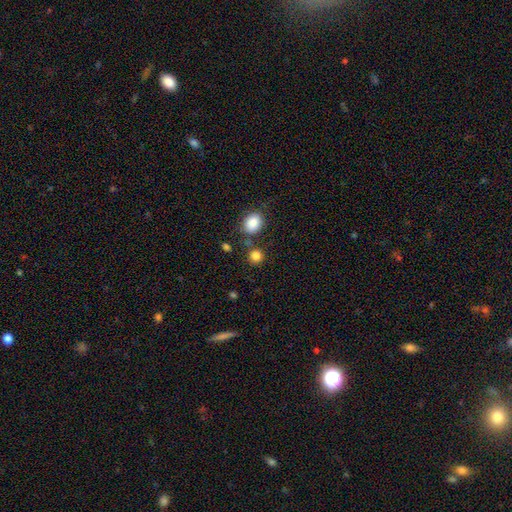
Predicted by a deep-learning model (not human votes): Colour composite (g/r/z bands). It shows a smooth galaxy with no disk features (84%) that is round (86%). Merging: none (77%).